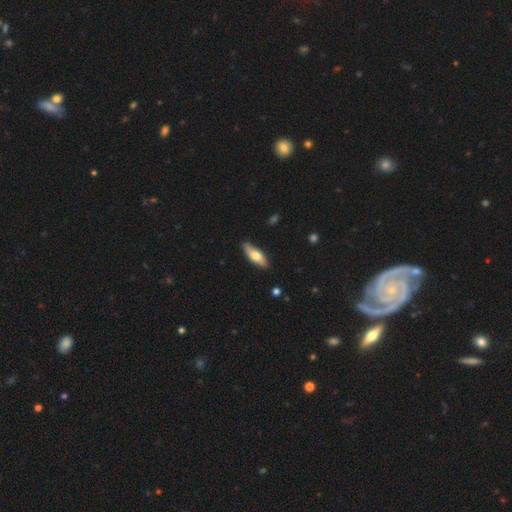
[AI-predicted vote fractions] smooth 61%, featured or disk 34%, star or artifact 5%. Down the decision tree: how rounded — in between (61%); merging — none (86%).